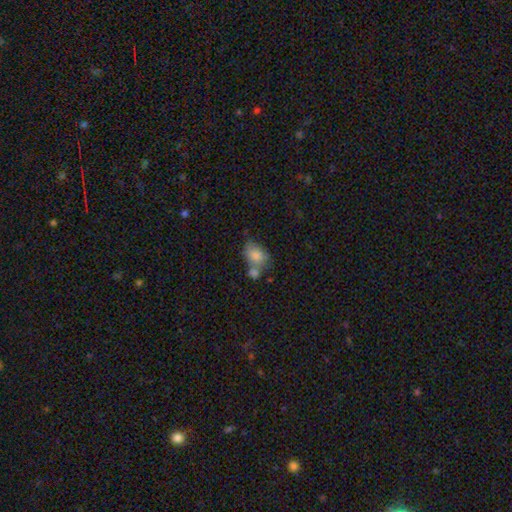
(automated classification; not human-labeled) A smooth galaxy with no disk features (79%) that is in between round and cigar-shaped (77%). Merging: merger (42%).